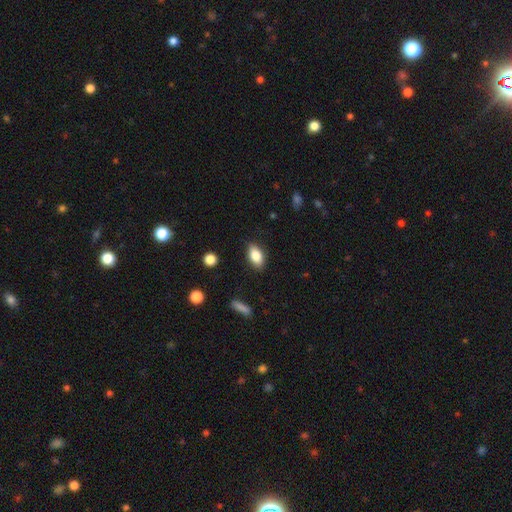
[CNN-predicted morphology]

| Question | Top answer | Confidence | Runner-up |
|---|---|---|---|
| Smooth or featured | smooth | 83% | featured or disk (9%) |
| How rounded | in between | 90% | round (6%) |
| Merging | none | 86% | minor disturbance (10%) |